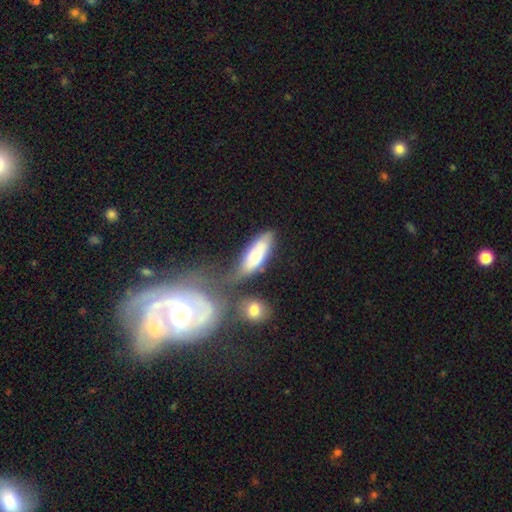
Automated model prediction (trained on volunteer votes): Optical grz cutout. It shows a smooth galaxy with no disk features (63%) that is in between round and cigar-shaped (62%). Merging: none (57%).